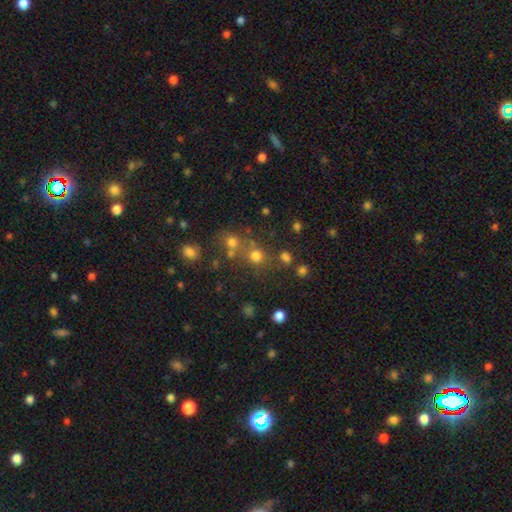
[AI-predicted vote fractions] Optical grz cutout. It shows a smooth galaxy with no disk features (62%) that is round (88%). Merging: none (60%).